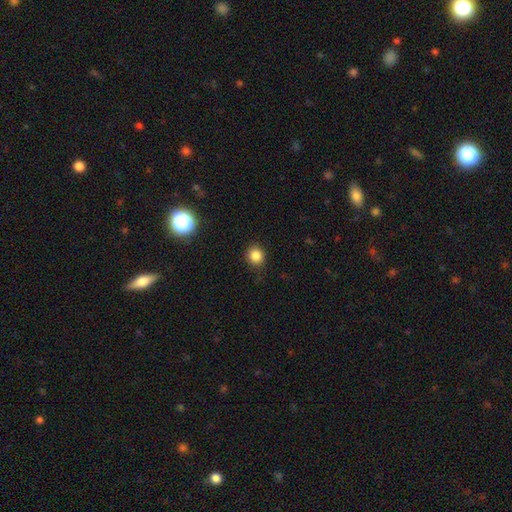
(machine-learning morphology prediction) A smooth galaxy with no disk features (83%) that is round (87%).

Vote fractions:
- Smooth or featured? smooth: 83% / star or artifact: 12% / featured or disk: 4%
- How rounded? round: 87% / in between: 12% / cigar-shaped: 1%
- Merging? none: 86% / minor disturbance: 11% / major disturbance: 3% / merger: 1%